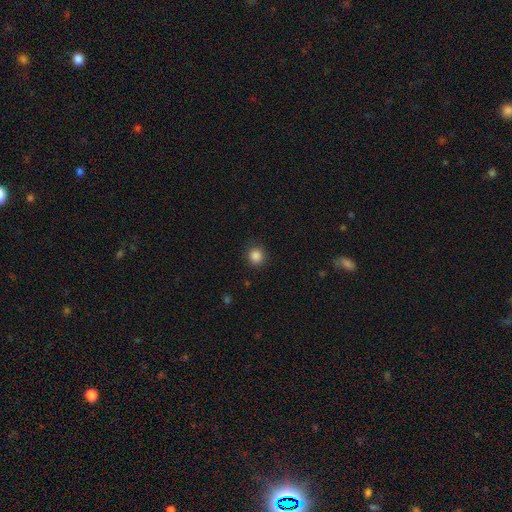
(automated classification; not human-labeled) Q: Smooth or featured?
A: smooth (86%); runner-up: star or artifact (11%)
Q: How rounded?
A: round (90%); runner-up: in between (9%)
Q: Merging?
A: none (90%); runner-up: minor disturbance (7%)